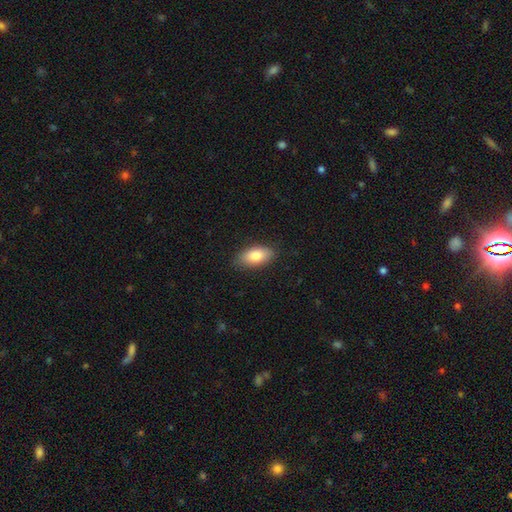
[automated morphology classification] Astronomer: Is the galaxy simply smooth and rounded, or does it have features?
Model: smooth — 82%.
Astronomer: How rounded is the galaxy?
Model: in between — 91%.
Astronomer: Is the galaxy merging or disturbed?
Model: none — 86%.